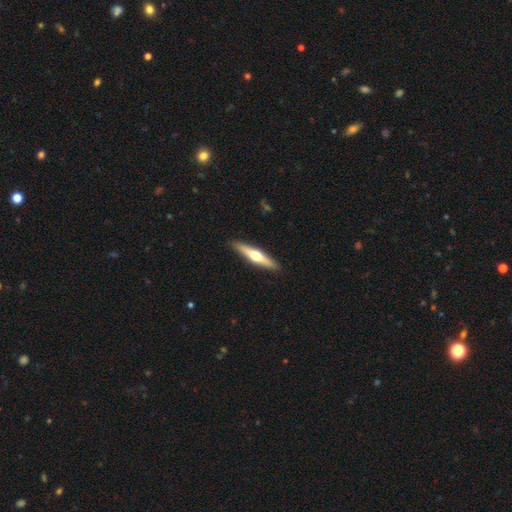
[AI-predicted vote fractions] This appears to be a featured or disk galaxy (59%) viewed edge-on (96%) with a rounded central bulge (94%). Merging: none (91%).